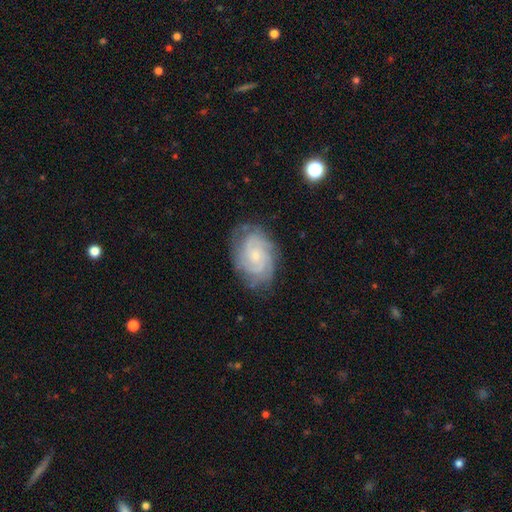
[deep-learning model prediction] A featured or disk galaxy (83%) with no bar (71%), 3 (27%) tight (68%) spiral arms (97%) and a small central bulge (71%).

Vote fractions:
- Smooth or featured? featured or disk: 83% / smooth: 10% / star or artifact: 6%
- Edge-on disk? no: 97% / yes: 3%
- Bar? no: 71% / weak: 25% / strong: 4%
- Spiral arms? yes: 97% / no: 3%
- Spiral winding? tight: 68% / medium: 27% / loose: 4%
- Spiral arm count? 3: 27% / can't tell: 24% / 2: 20% / 4: 18% / more than 4: 6% / 1: 5%
- Bulge size? small: 71% / moderate: 23% / none: 4% / large: 1% / dominant: 1%
- Merging? none: 78% / minor disturbance: 16% / major disturbance: 5% / merger: 1%